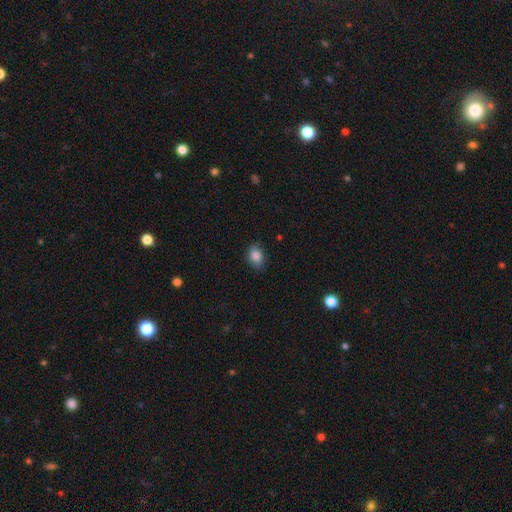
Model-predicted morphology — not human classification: A smooth galaxy with no disk features (84%) that is in between round and cigar-shaped (77%).

Vote fractions:
- Smooth or featured? smooth: 84% / star or artifact: 8% / featured or disk: 8%
- How rounded? in between: 77% / round: 22% / cigar-shaped: 1%
- Merging? none: 72% / minor disturbance: 22% / major disturbance: 5% / merger: 1%